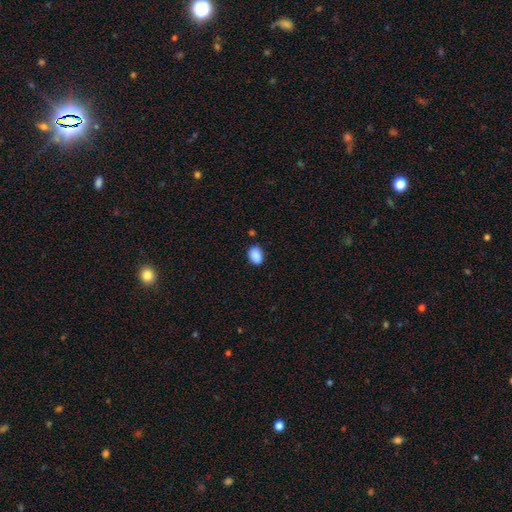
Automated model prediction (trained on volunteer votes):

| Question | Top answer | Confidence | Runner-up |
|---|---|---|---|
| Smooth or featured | smooth | 89% | star or artifact (8%) |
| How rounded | in between | 79% | round (20%) |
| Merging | none | 82% | minor disturbance (13%) |